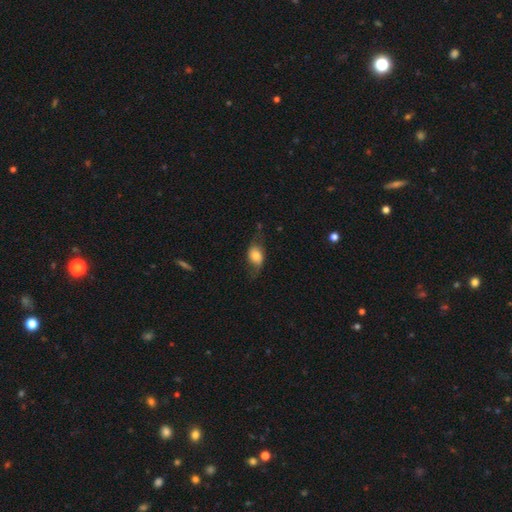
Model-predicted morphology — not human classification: A smooth galaxy with no disk features (53%) that is in between round and cigar-shaped (70%).

Vote fractions:
- Smooth or featured? smooth: 53% / featured or disk: 40% / star or artifact: 8%
- How rounded? in between: 70% / round: 27% / cigar-shaped: 3%
- Merging? none: 54% / minor disturbance: 27% / major disturbance: 17% / merger: 2%